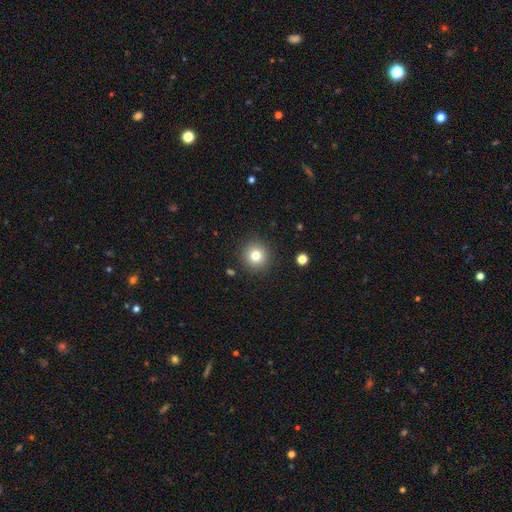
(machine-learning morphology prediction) smooth-or-featured: smooth: 78% | star or artifact: 12% | featured or disk: 9%
  how-rounded: round: 95% | in between: 4% | cigar-shaped: 1%
  merging: none: 90% | minor disturbance: 6% | major disturbance: 2% | merger: 1%